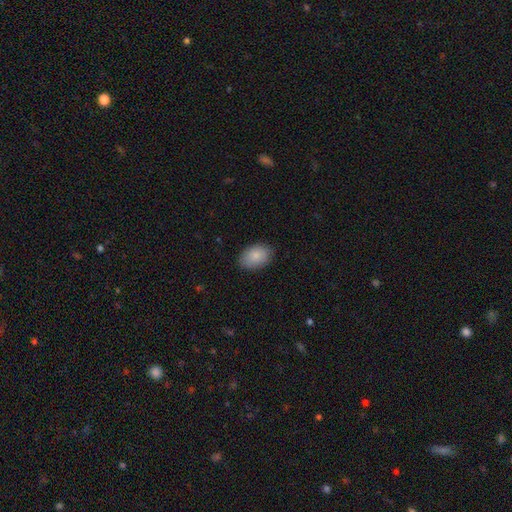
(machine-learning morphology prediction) smooth_or_featured: smooth (p=0.86) [alt: featured or disk p=0.07]
how_rounded: in between (p=0.86) [alt: round p=0.13]
merging: none (p=0.84) [alt: minor disturbance p=0.12]